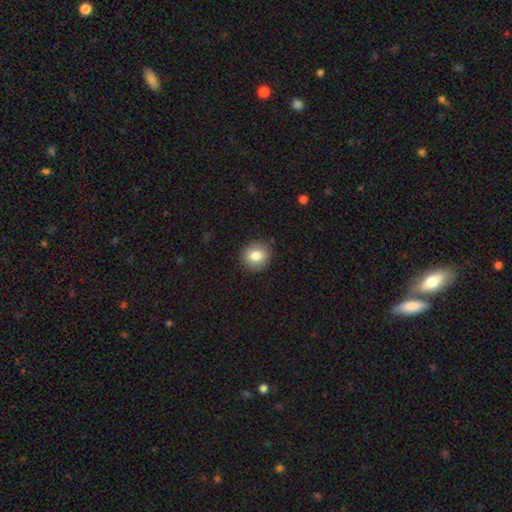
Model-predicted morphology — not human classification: This appears to be a smooth galaxy with no disk features (82%) that is round (82%). Merging: none (88%).